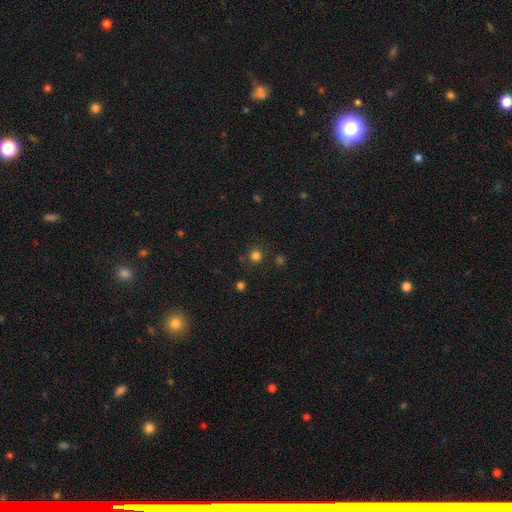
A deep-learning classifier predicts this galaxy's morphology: This is likely a smooth galaxy (78%). How rounded: clearly round (94%). Merging: clearly none (85%).